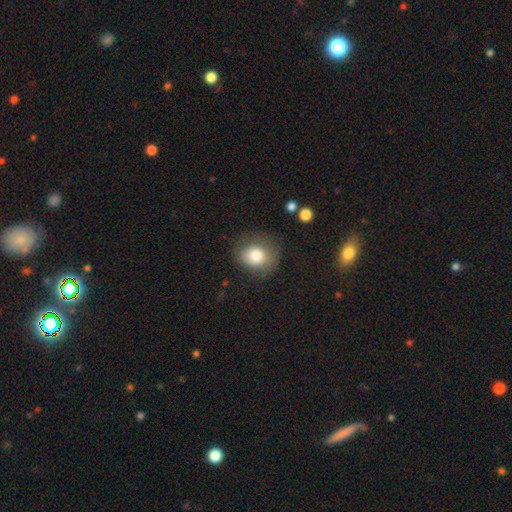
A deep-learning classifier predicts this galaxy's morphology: type=smooth (81%); roundness=round (72%); merging=none (70%).